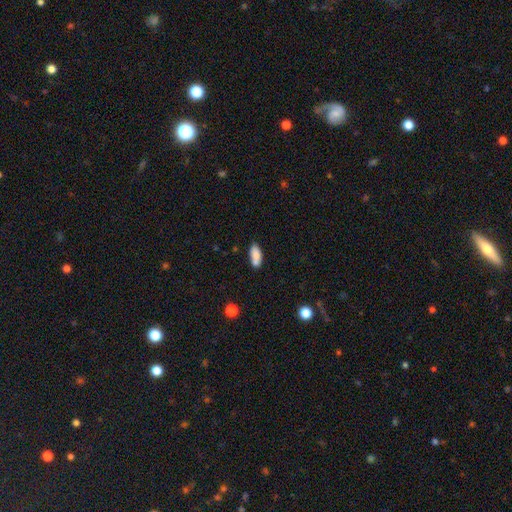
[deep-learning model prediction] Morphology: type=smooth (81%); roundness=in between (82%); merging=none (60%).